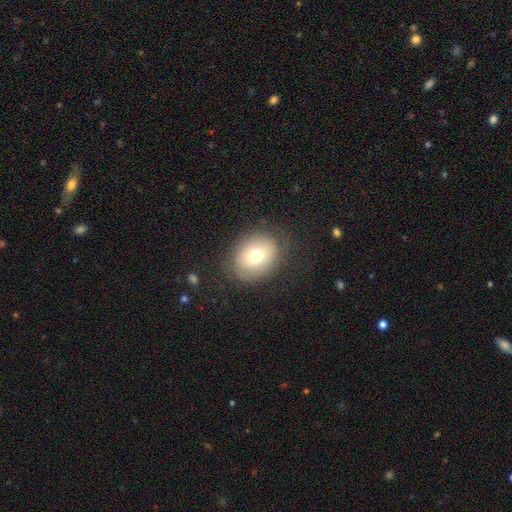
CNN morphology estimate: A smooth galaxy with no disk features (72%) that is round (51%).

Vote fractions:
- Smooth or featured? smooth: 72% / featured or disk: 18% / star or artifact: 10%
- How rounded? round: 51% / in between: 48% / cigar-shaped: 1%
- Merging? none: 80% / minor disturbance: 13% / major disturbance: 6% / merger: 1%